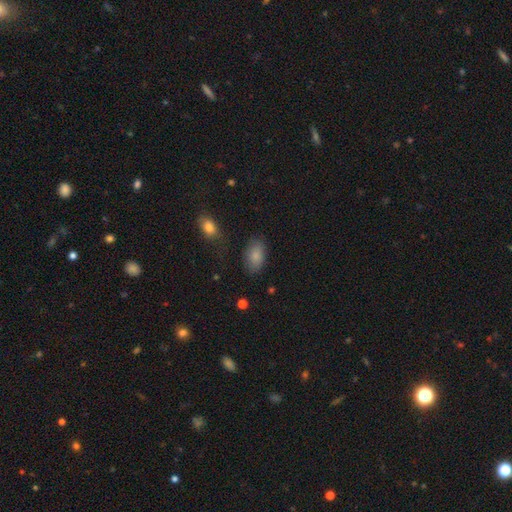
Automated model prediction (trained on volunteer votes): A smooth galaxy with no disk features (86%) that is in between round and cigar-shaped (93%). Merging: none (79%).